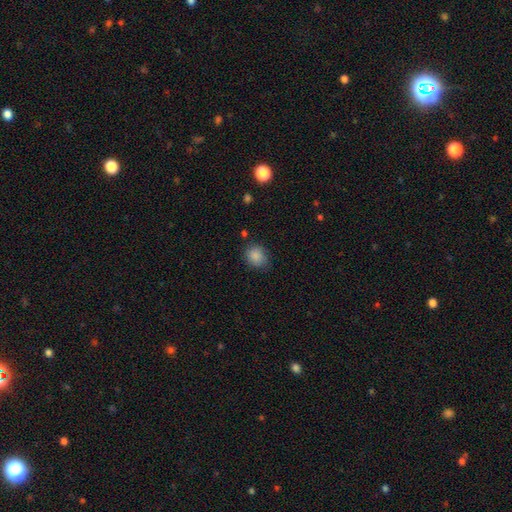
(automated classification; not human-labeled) smooth 87%, star or artifact 9%, featured or disk 4%. Down the decision tree: how rounded — round (60%); merging — none (75%).